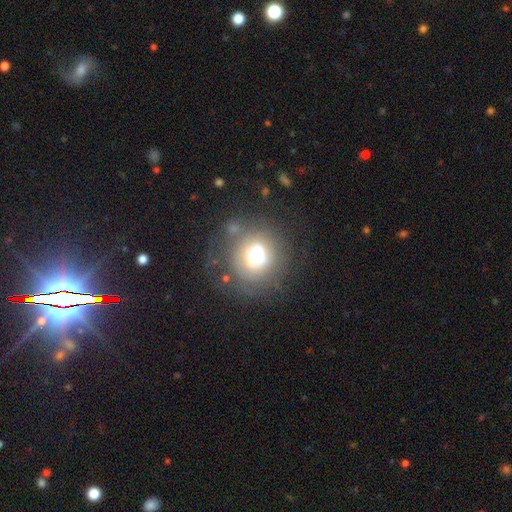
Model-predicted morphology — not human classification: type=smooth (53%); roundness=round (81%); merging=none (63%).